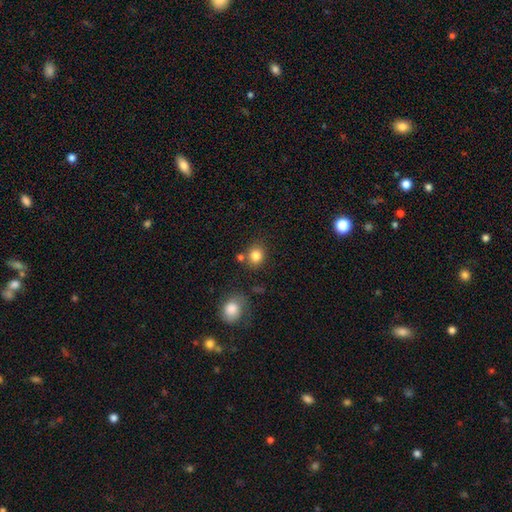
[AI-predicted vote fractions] Smooth or featured? smooth (83%)
How rounded? round (79%)
Merging? none (75%)